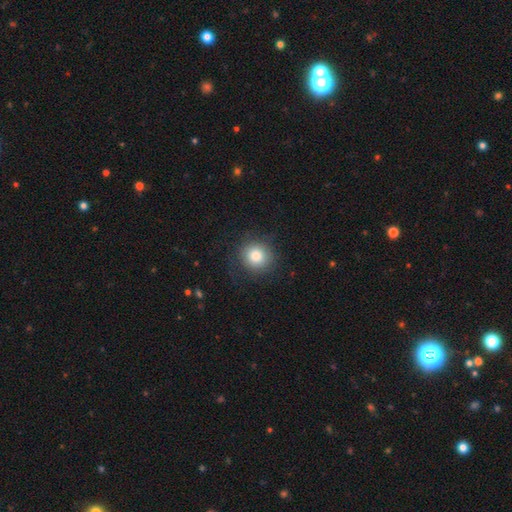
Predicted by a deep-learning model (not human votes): This is clearly a smooth galaxy (83%). How rounded: clearly round (91%). Merging: clearly none (84%).